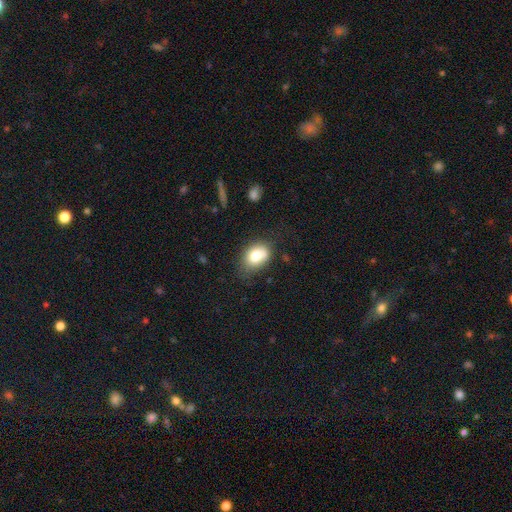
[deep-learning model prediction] A smooth galaxy with no disk features (76%) that is in between round and cigar-shaped (68%). Merging: none (56%).